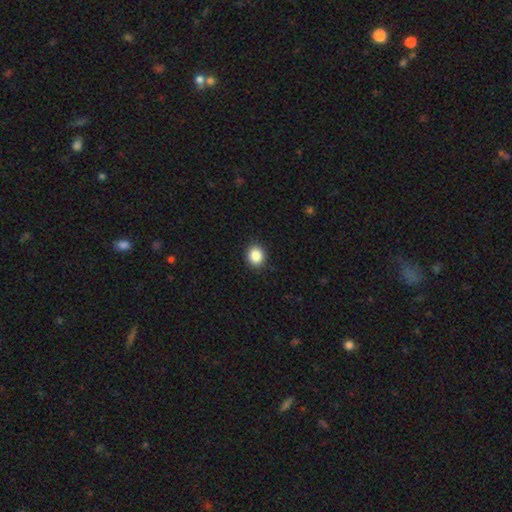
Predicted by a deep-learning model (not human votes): Smooth or featured?
  - smooth: 87% *
  - star or artifact: 9%
  - featured or disk: 4%
How rounded?
  - round: 77% *
  - in between: 22%
  - cigar-shaped: 1%
Merging?
  - none: 91% *
  - minor disturbance: 6%
  - major disturbance: 2%
  - merger: 1%